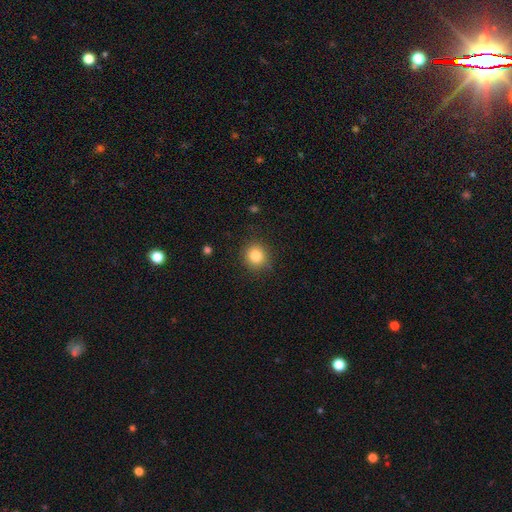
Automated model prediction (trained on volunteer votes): This is clearly a smooth galaxy (84%). How rounded: clearly round (88%). Merging: clearly none (85%).